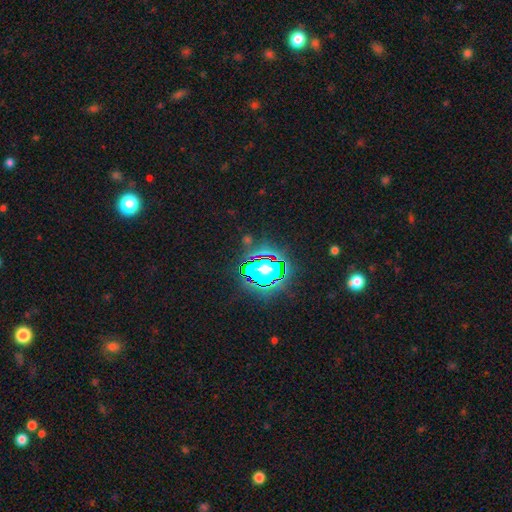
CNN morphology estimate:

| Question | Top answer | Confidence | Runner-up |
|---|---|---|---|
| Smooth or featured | star or artifact | 82% | smooth (11%) |